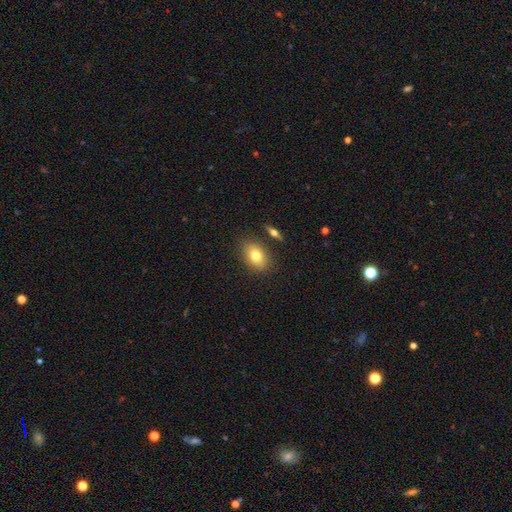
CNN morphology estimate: Smooth or featured? Predicted: smooth (p=0.76). How rounded? Predicted: in between (p=0.80). Merging? Predicted: none (p=0.80).